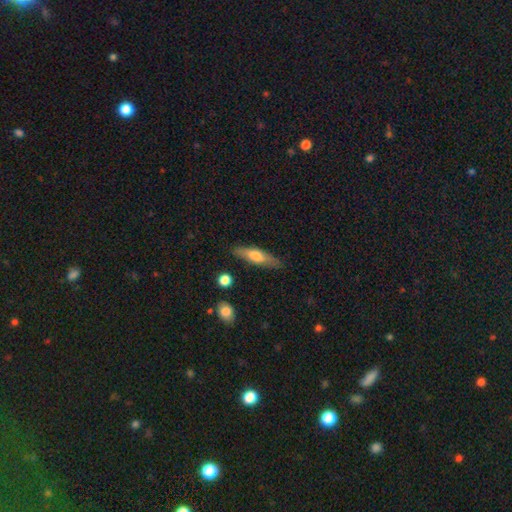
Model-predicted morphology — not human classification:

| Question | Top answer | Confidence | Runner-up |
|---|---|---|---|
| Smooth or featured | smooth | 55% | featured or disk (39%) |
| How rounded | cigar-shaped | 66% | in between (31%) |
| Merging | none | 83% | minor disturbance (13%) |